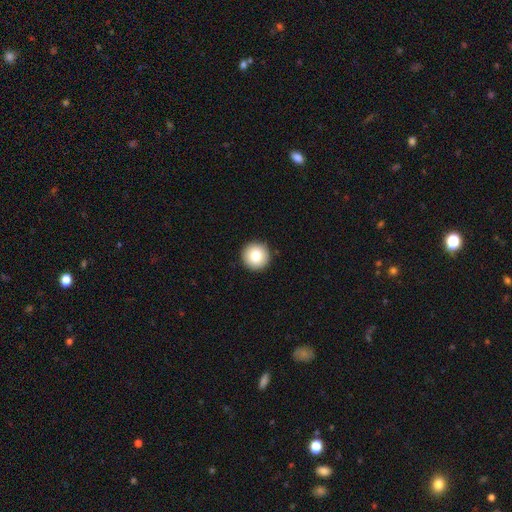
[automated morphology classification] Smooth or featured? Predicted: smooth (p=0.83). How rounded? Predicted: round (p=0.96). Merging? Predicted: none (p=0.92).